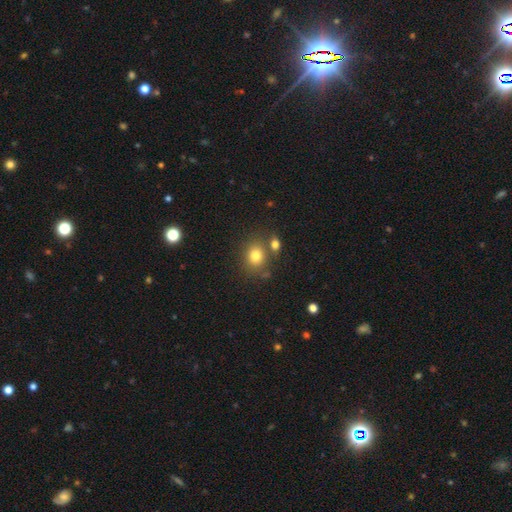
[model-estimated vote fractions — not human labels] smooth 79%, star or artifact 12%, featured or disk 9%. Down the decision tree: how rounded — round (62%); merging — none (67%).